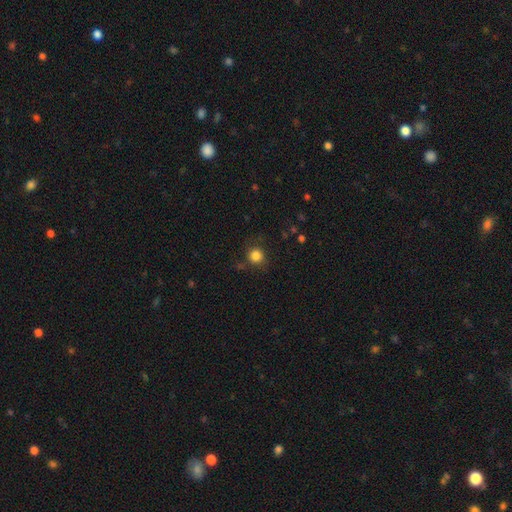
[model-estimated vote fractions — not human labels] A smooth galaxy with no disk features (84%) that is round (90%). Merging: none (80%).